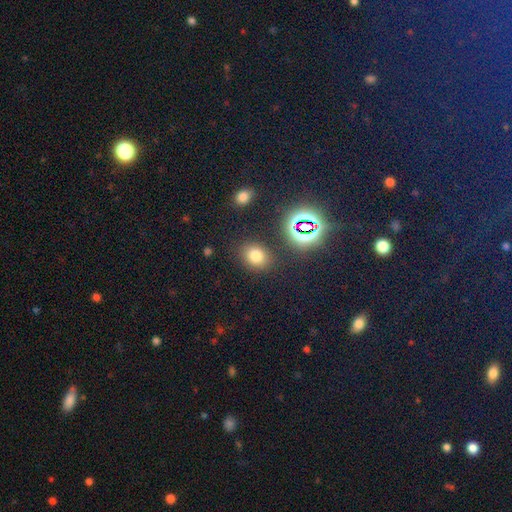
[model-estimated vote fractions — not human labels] Smooth or featured: smooth — 73% (star or artifact — 19%)
How rounded: round — 53% (in between — 45%)
Merging: none — 82% (minor disturbance — 10%)